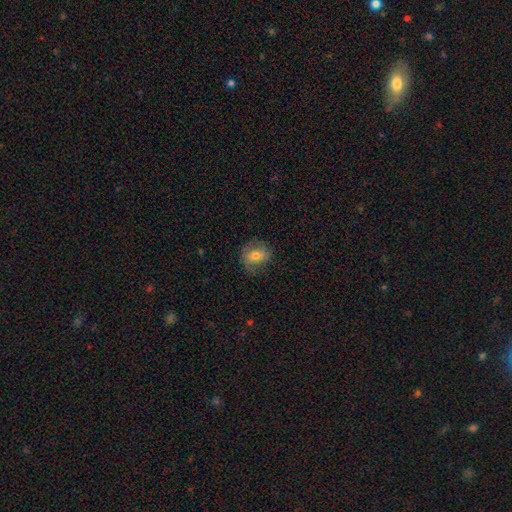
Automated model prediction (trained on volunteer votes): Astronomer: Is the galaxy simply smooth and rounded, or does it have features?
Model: smooth — 51% (runner-up: featured or disk, 41%).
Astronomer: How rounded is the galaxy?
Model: round — 60% (runner-up: in between, 39%).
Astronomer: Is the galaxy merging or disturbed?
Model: none — 64%.